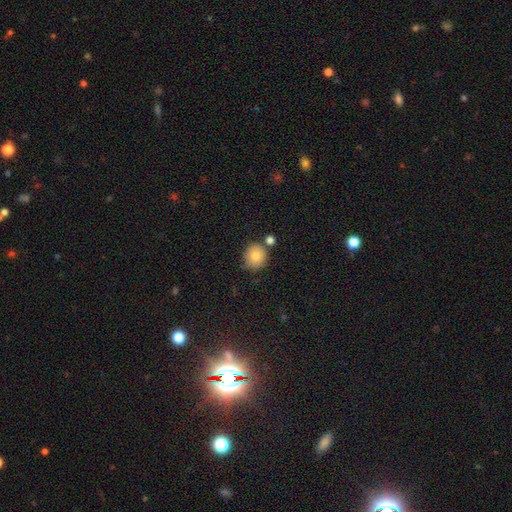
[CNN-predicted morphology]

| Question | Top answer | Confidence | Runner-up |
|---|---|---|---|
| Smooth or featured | smooth | 83% | star or artifact (9%) |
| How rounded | round | 87% | in between (12%) |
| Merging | none | 72% | minor disturbance (13%) |